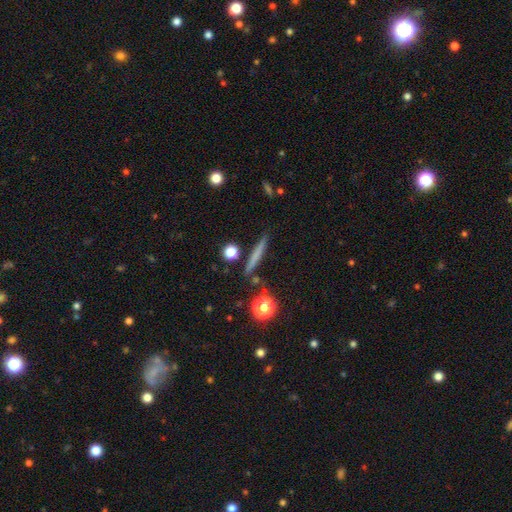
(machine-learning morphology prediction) Smooth or featured? smooth (60%)
How rounded? cigar-shaped (92%)
Merging? none (86%)